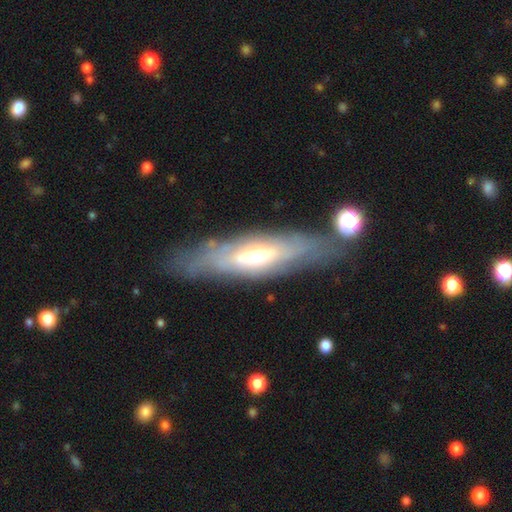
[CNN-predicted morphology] Smooth or featured: featured or disk — 67% (smooth — 26%)
Edge-on disk: no — 50% (tied with yes — 50%)
Merging: none — 77% (minor disturbance — 14%)